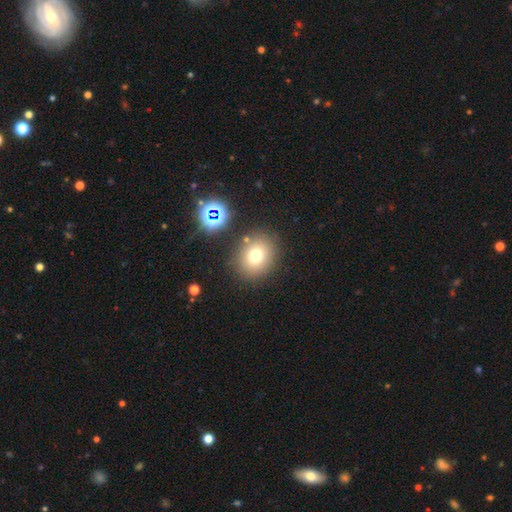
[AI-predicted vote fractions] Smooth or featured? smooth (73%)
How rounded? round (66%)
Merging? none (82%)